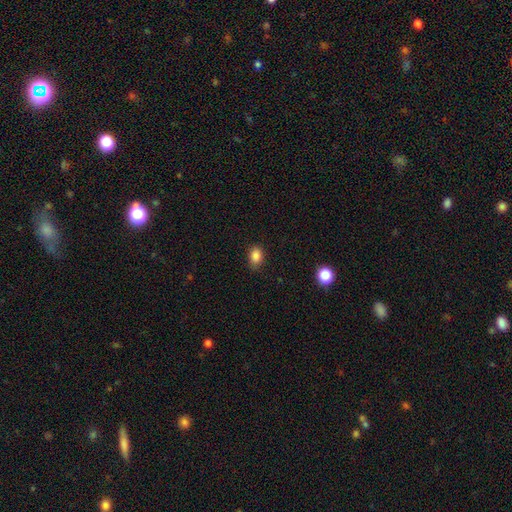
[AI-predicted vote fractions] smooth_or_featured: smooth (p=0.86) [alt: star or artifact p=0.10]
how_rounded: in between (p=0.76) [alt: round p=0.23]
merging: none (p=0.82) [alt: minor disturbance p=0.15]